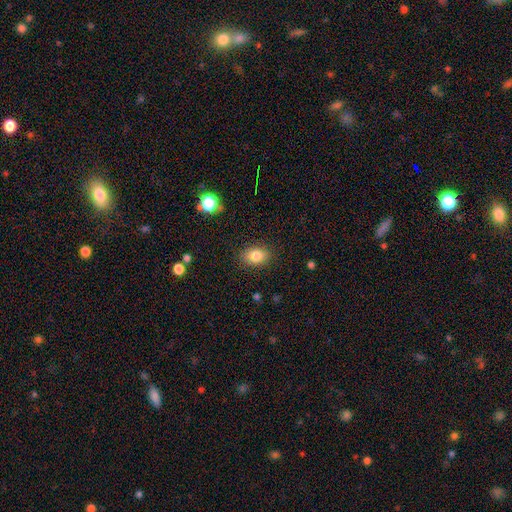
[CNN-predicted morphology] This appears to be a smooth galaxy with no disk features (84%) that is in between round and cigar-shaped (79%). Merging: none (86%).